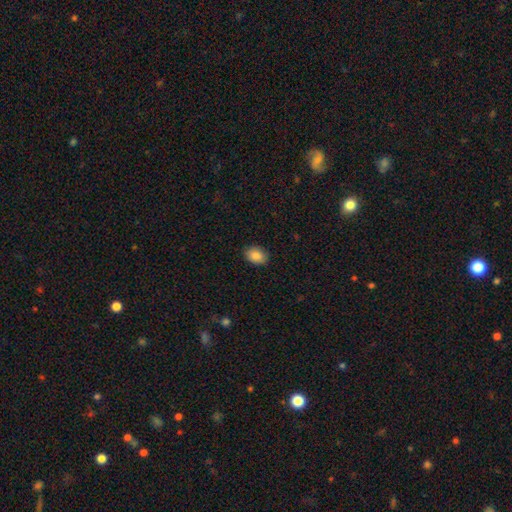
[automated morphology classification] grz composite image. It shows a smooth galaxy with no disk features (87%) that is in between round and cigar-shaped (78%). Merging: none (89%).